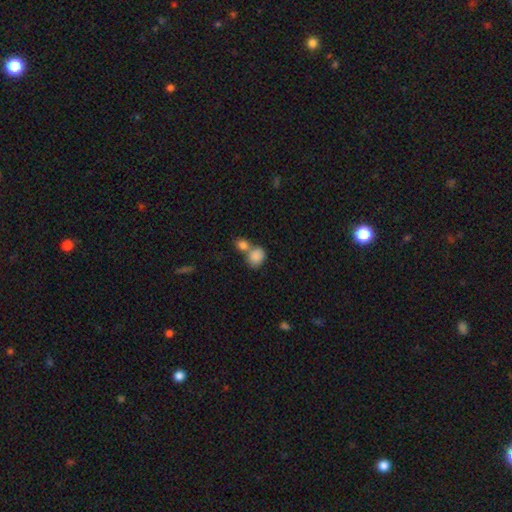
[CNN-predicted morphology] smooth_or_featured: smooth (p=0.86) [alt: star or artifact p=0.08]
how_rounded: round (p=0.57) [alt: in between p=0.42]
merging: merger (p=0.50) [alt: none p=0.36]